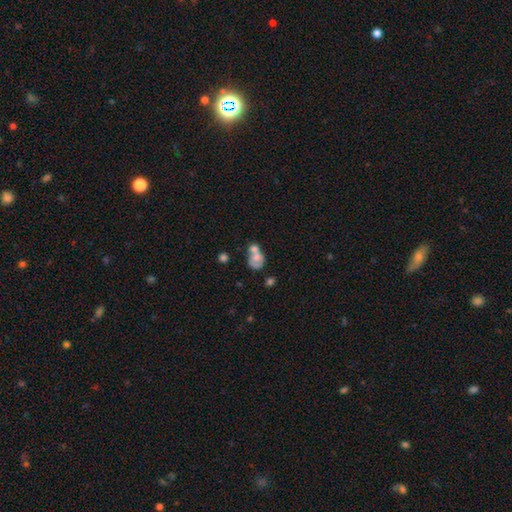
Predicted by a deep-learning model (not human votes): A smooth galaxy with no disk features (52%) that is in between round and cigar-shaped (60%).

Vote fractions:
- Smooth or featured? smooth: 52% / featured or disk: 39% / star or artifact: 9%
- How rounded? in between: 60% / round: 38% / cigar-shaped: 2%
- Merging? merger: 62% / none: 18% / minor disturbance: 11% / major disturbance: 10%